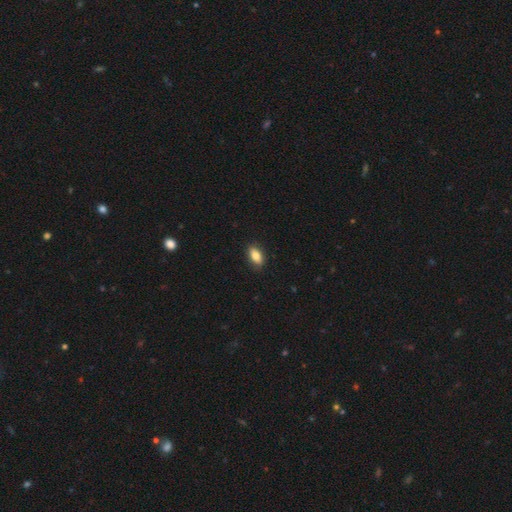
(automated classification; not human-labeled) Smooth or featured: smooth — 84% (featured or disk — 9%)
How rounded: in between — 89% (cigar-shaped — 6%)
Merging: none — 87% (minor disturbance — 10%)